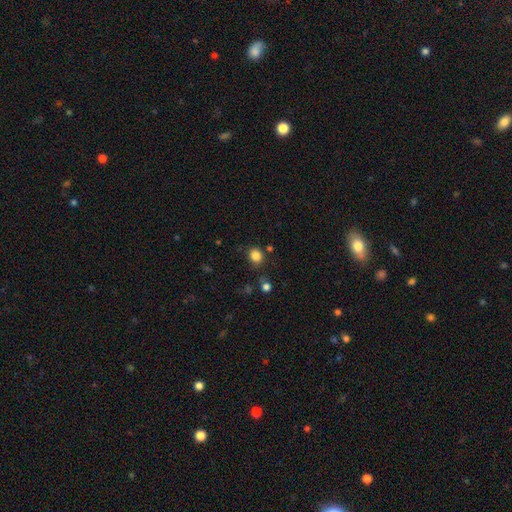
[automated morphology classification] Smooth or featured?
  - smooth: 84% *
  - star or artifact: 12%
  - featured or disk: 4%
How rounded?
  - round: 73% *
  - in between: 26%
  - cigar-shaped: 1%
Merging?
  - none: 79% *
  - minor disturbance: 13%
  - merger: 4%
  - major disturbance: 4%